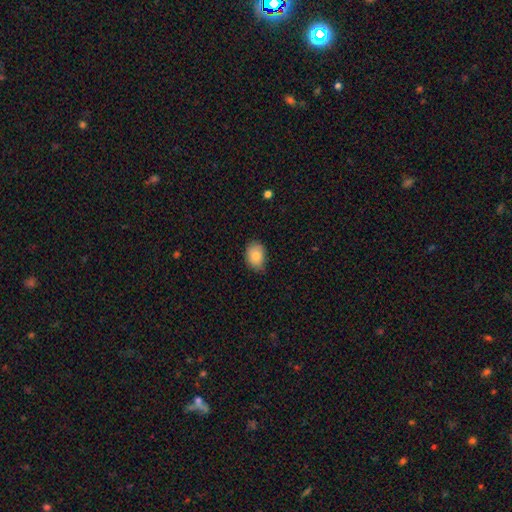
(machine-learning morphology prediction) Smooth or featured?
  - smooth: 84% *
  - featured or disk: 8%
  - star or artifact: 8%
How rounded?
  - in between: 73% *
  - round: 26%
  - cigar-shaped: 1%
Merging?
  - none: 75% *
  - minor disturbance: 21%
  - major disturbance: 3%
  - merger: 1%